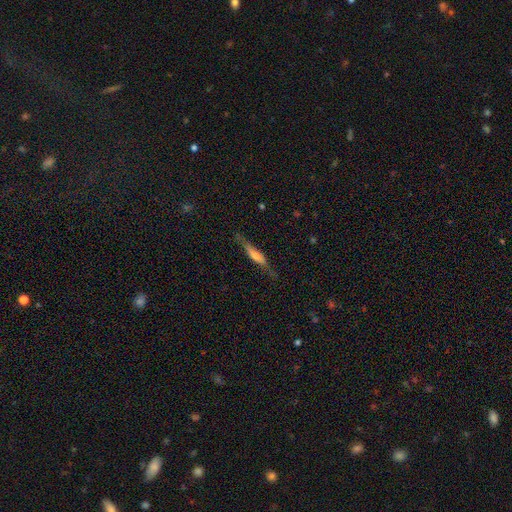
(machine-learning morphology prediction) smooth_or_featured: featured or disk (p=0.53) [alt: smooth p=0.40]
disk_edge_on: yes (p=0.91) [alt: no p=0.09]
merging: none (p=0.72) [alt: minor disturbance p=0.20]